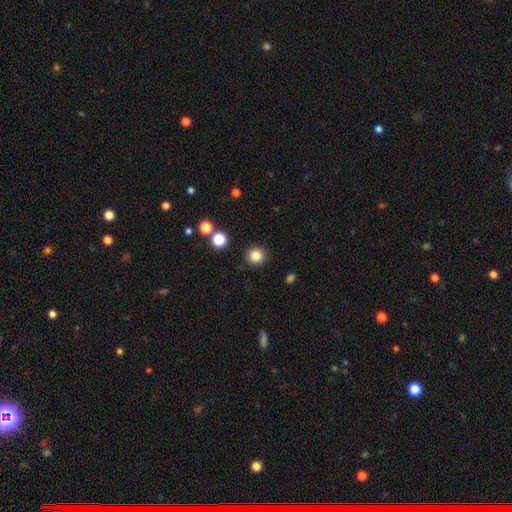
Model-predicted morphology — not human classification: Overall: smooth (84%). How rounded: round (94%). Merging: none (91%).